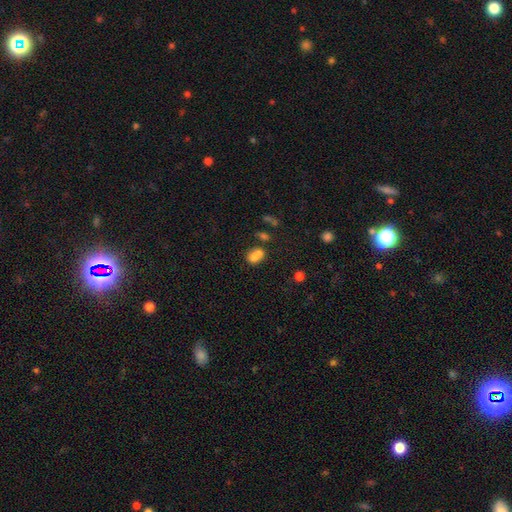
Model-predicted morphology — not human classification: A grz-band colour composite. It shows a smooth galaxy with no disk features (72%) that is round (53%). Merging: merger (62%).